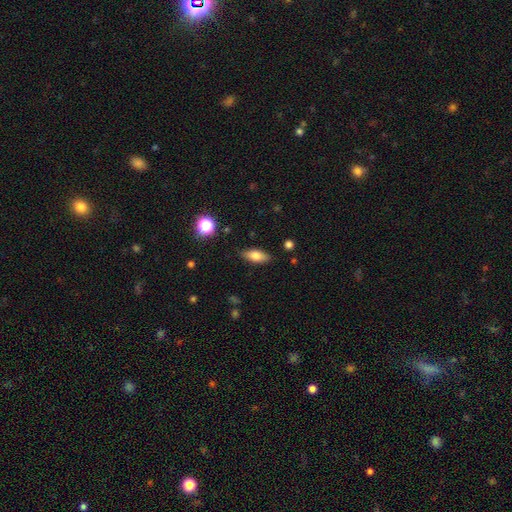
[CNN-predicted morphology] Overall: smooth (73%). How rounded: in between (79%). Merging: none (85%).